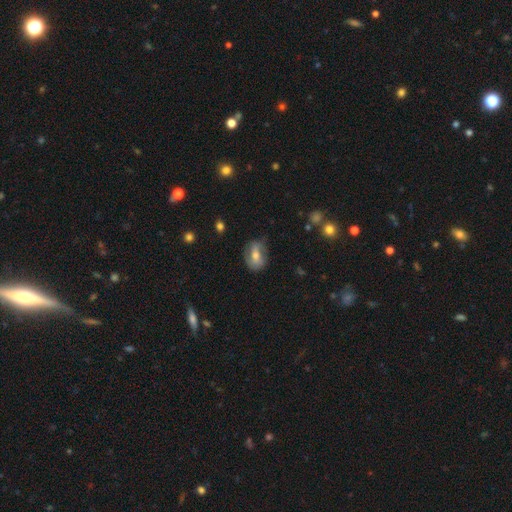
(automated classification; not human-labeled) A smooth galaxy with no disk features (47%).

Vote fractions:
- Smooth or featured? smooth: 47% / featured or disk: 43% / star or artifact: 9%
- Merging? none: 66% / minor disturbance: 24% / major disturbance: 9% / merger: 2%